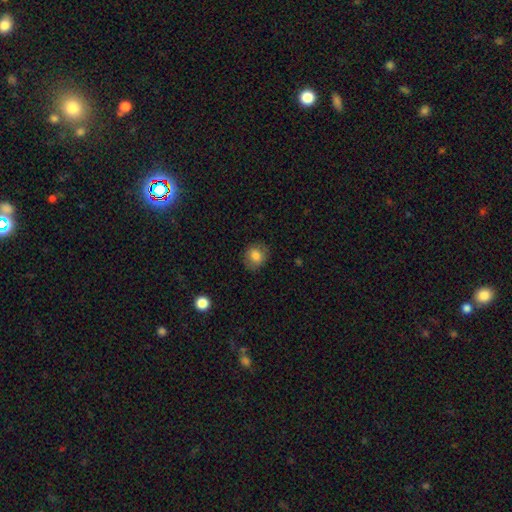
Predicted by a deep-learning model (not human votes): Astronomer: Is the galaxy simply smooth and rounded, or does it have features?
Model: smooth — 81%.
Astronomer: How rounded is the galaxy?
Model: round — 72%.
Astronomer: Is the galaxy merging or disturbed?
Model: none — 82%.